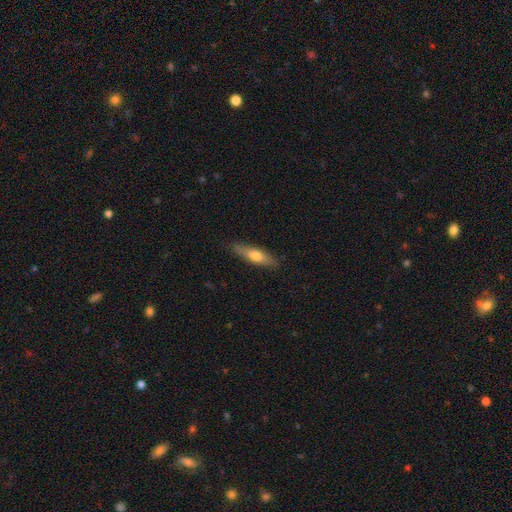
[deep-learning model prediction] smooth_or_featured: smooth (p=0.58) [alt: featured or disk p=0.36]
how_rounded: cigar-shaped (p=0.69) [alt: in between p=0.29]
merging: none (p=0.85) [alt: minor disturbance p=0.12]